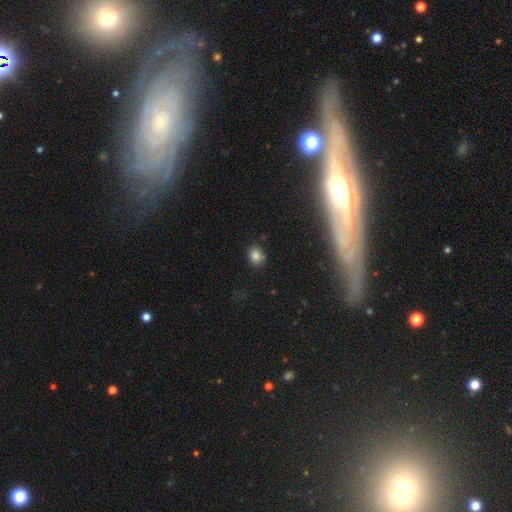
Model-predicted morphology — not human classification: type=smooth (82%); roundness=round (70%); merging=none (81%).